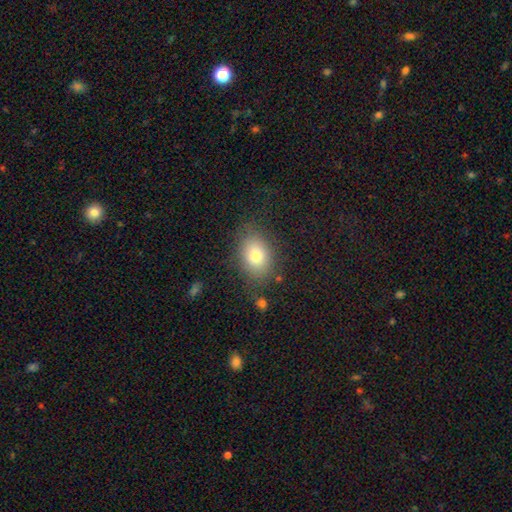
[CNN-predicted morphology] Q: Smooth or featured?
A: smooth (79%); runner-up: featured or disk (11%)
Q: How rounded?
A: in between (71%); runner-up: round (28%)
Q: Merging?
A: none (77%); runner-up: minor disturbance (15%)